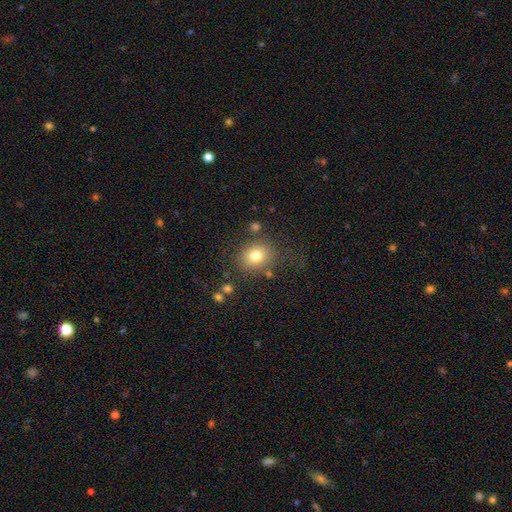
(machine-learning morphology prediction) This is likely a smooth galaxy (78%). How rounded: likely round (65%). Merging: likely none (77%).